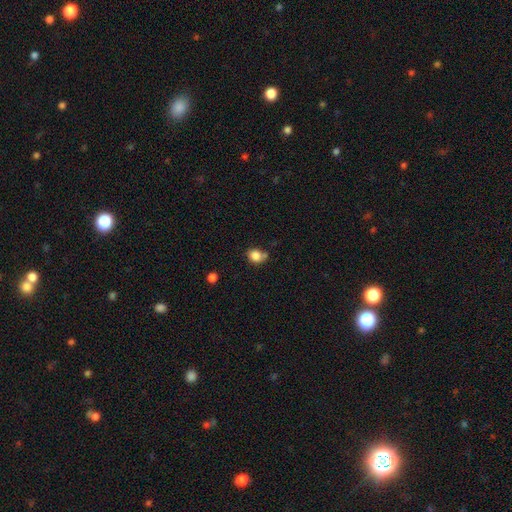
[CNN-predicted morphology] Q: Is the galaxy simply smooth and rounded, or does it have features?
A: smooth — 83%.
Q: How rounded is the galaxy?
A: round — 59%.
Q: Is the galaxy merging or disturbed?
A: none — 56%.